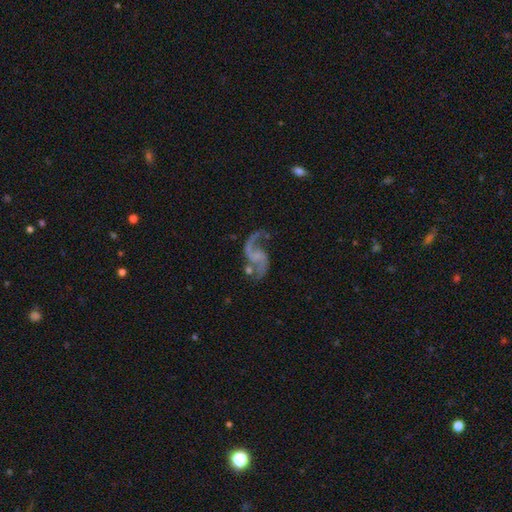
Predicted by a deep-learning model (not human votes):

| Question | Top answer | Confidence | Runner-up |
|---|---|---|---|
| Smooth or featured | featured or disk | 89% | star or artifact (6%) |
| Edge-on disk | no | 98% | yes (2%) |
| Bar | no | 49% | weak (40%) |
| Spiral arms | yes | 96% | no (4%) |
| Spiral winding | loose | 72% | medium (24%) |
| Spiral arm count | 2 | 89% | 1 (7%) |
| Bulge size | none | 51% | small (35%) |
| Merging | none | 58% | minor disturbance (18%) |